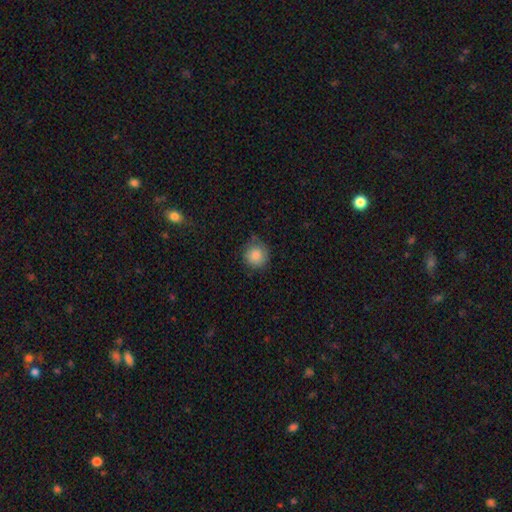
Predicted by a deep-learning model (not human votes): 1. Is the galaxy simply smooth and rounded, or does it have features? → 86% smooth, 8% star or artifact, 6% featured or disk.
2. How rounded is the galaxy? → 93% round, 6% in between, 1% cigar-shaped.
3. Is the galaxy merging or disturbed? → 72% none, 21% minor disturbance, 5% major disturbance, 2% merger.